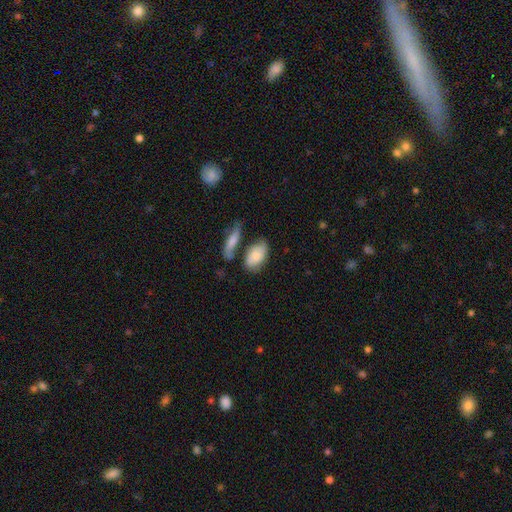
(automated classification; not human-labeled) This is likely a smooth galaxy (73%). How rounded: clearly in between (90%). Merging: possibly none (47%).